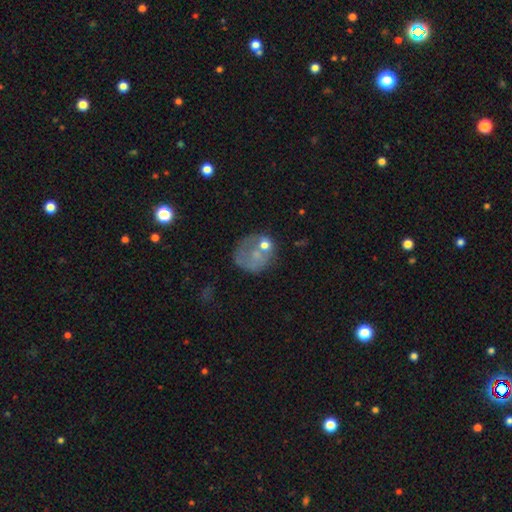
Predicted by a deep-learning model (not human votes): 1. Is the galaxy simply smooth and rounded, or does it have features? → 48% smooth, 39% featured or disk, 13% star or artifact.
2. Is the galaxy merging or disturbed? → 43% none, 24% major disturbance, 20% minor disturbance, 12% merger.